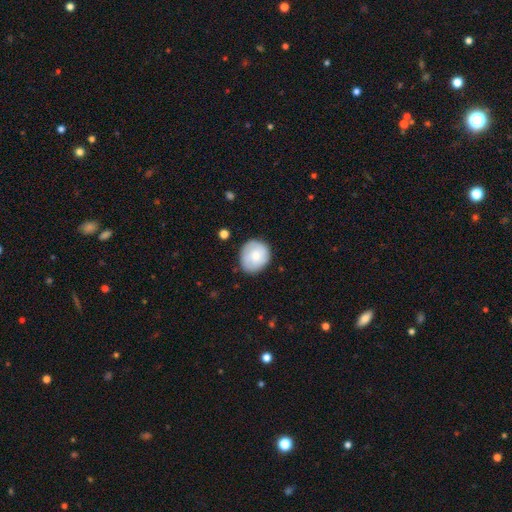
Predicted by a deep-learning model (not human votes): Overall: smooth (70%). How rounded: round (78%). Merging: none (78%).